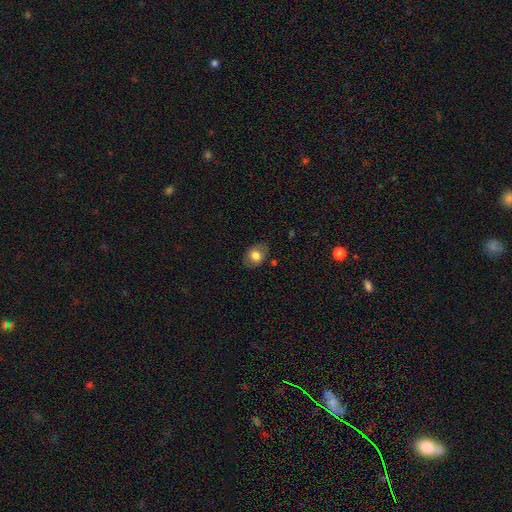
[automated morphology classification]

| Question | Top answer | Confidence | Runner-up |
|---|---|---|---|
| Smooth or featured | smooth | 78% | featured or disk (14%) |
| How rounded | in between | 65% | round (34%) |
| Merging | none | 80% | minor disturbance (14%) |